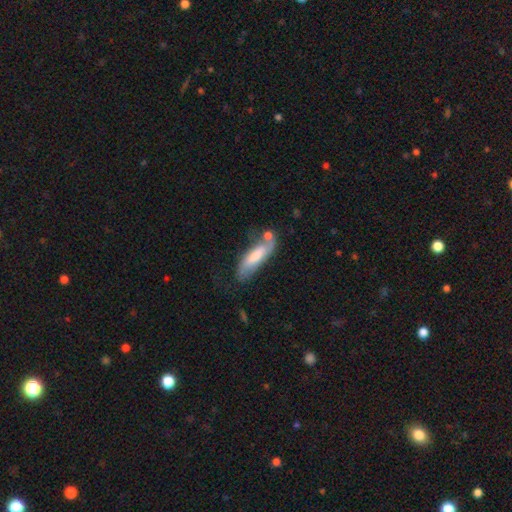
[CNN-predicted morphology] smooth_or_featured: smooth (p=0.56) [alt: featured or disk p=0.38]
how_rounded: cigar-shaped (p=0.52) [alt: in between p=0.46]
merging: none (p=0.47) [alt: minor disturbance p=0.25]